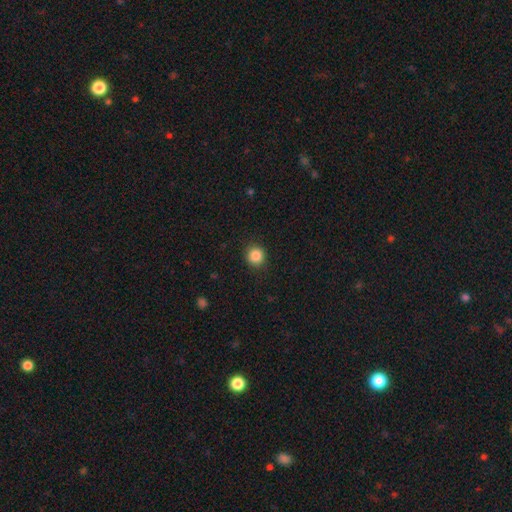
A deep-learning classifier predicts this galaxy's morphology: Smooth or featured?
  - smooth: 86% *
  - star or artifact: 10%
  - featured or disk: 4%
How rounded?
  - round: 90% *
  - in between: 9%
  - cigar-shaped: 1%
Merging?
  - none: 90% *
  - minor disturbance: 7%
  - major disturbance: 2%
  - merger: 1%